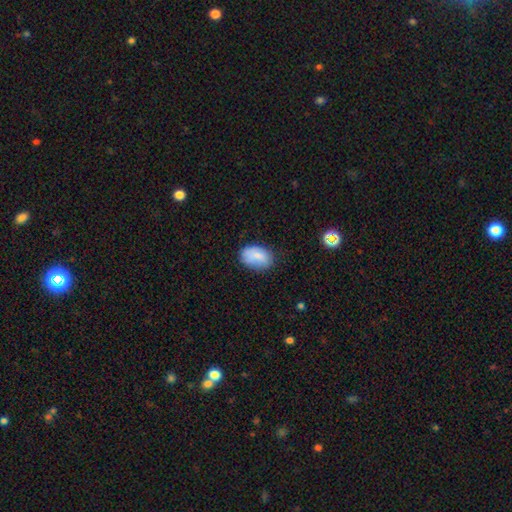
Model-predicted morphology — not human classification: Smooth or featured: smooth — 80% (featured or disk — 12%)
How rounded: in between — 87% (round — 12%)
Merging: none — 70% (minor disturbance — 23%)